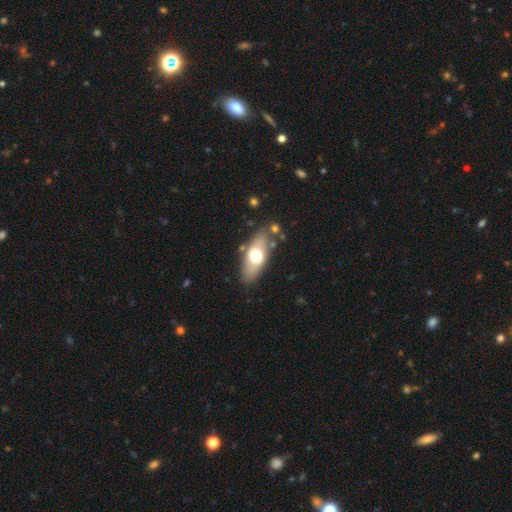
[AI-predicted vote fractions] This appears to be a smooth galaxy with no disk features (56%) that is in between round and cigar-shaped (74%). Merging: none (79%).